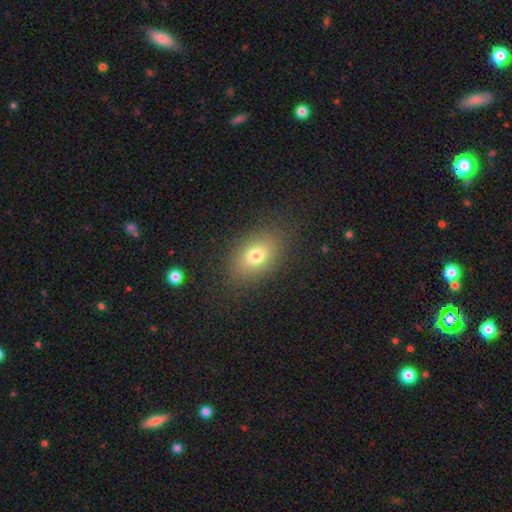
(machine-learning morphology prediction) smooth-or-featured: smooth: 75% | star or artifact: 13% | featured or disk: 13%
  how-rounded: in between: 77% | round: 21% | cigar-shaped: 2%
  merging: none: 84% | minor disturbance: 10% | major disturbance: 5% | merger: 1%